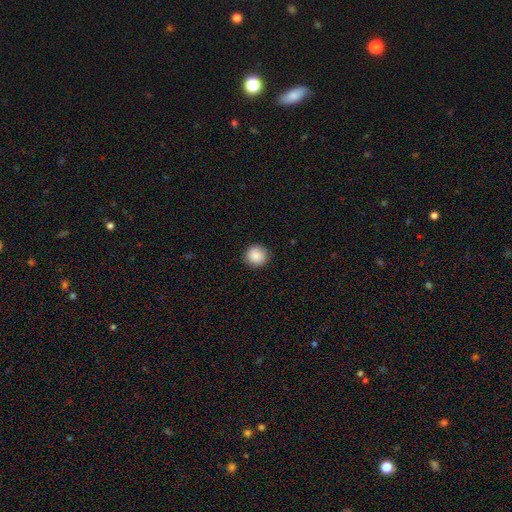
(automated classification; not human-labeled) This appears to be a smooth galaxy with no disk features (88%) that is round (93%). Merging: none (91%).